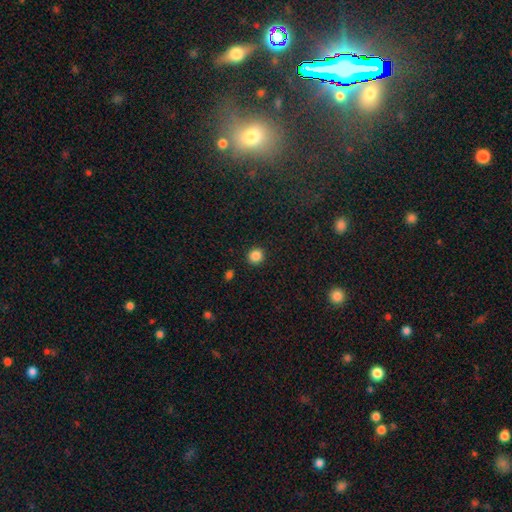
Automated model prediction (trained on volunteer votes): A smooth galaxy with no disk features (86%) that is round (90%). Merging: none (91%).